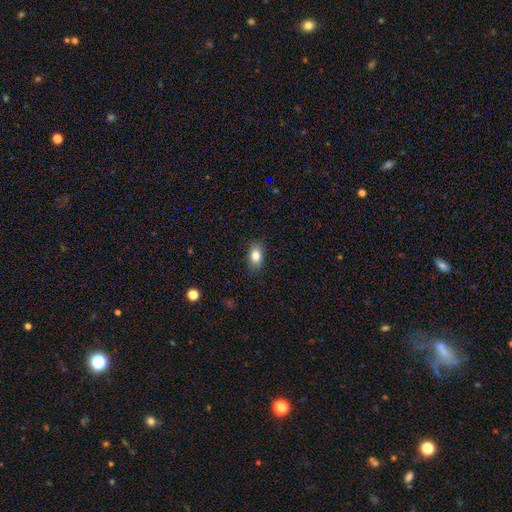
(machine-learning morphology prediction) Overall: smooth (84%). How rounded: in between (83%). Merging: none (85%).